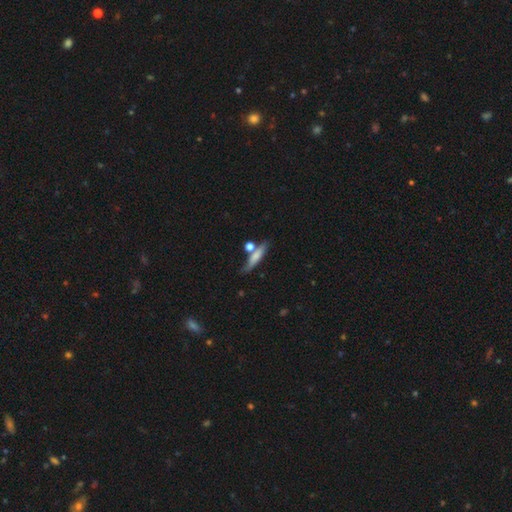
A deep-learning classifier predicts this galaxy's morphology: smooth_or_featured: smooth (p=0.63) [alt: featured or disk p=0.30]
how_rounded: cigar-shaped (p=0.79) [alt: in between p=0.17]
merging: none (p=0.63) [alt: merger p=0.16]